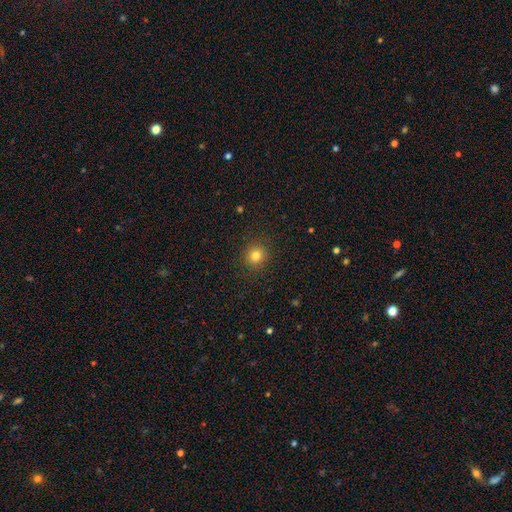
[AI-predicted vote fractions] This is clearly a smooth galaxy (81%). How rounded: clearly round (90%). Merging: clearly none (90%).